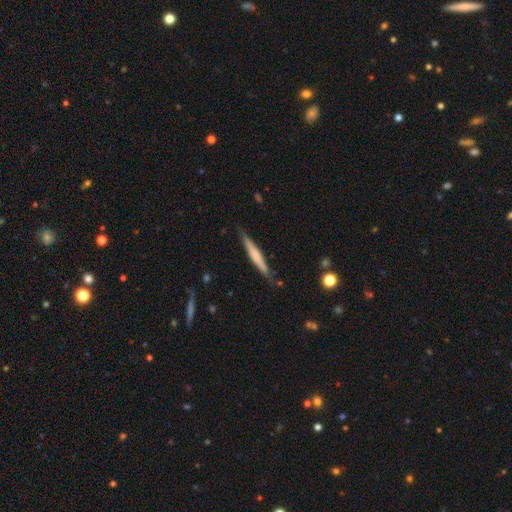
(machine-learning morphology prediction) Smooth or featured?
  - smooth: 47% * (tied)
  - featured or disk: 47% * (tied)
  - star or artifact: 6%
Merging?
  - none: 84% *
  - minor disturbance: 12%
  - major disturbance: 2%
  - merger: 2%